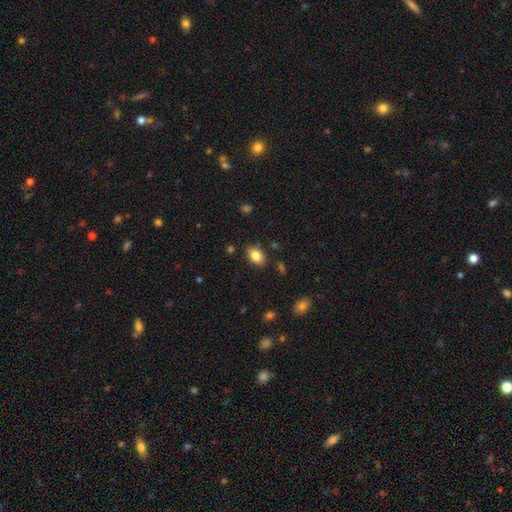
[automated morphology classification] Overall: smooth (83%). How rounded: in between (88%). Merging: none (85%).